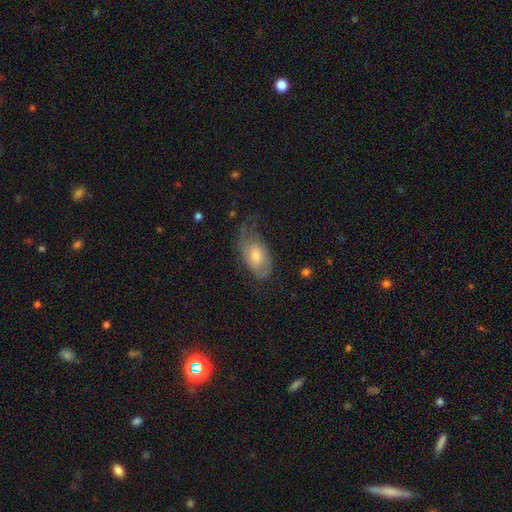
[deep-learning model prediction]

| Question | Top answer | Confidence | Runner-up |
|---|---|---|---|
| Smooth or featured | smooth | 48% | featured or disk (44%) |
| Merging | none | 41% | minor disturbance (31%) |